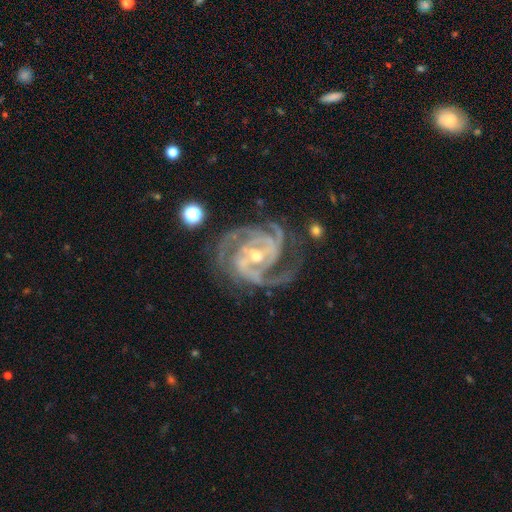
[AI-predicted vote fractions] This appears to be a featured or disk galaxy (93%) with a weak bar (42%), 3 (44%) tight (59%) spiral arms (98%) and a moderate central bulge (48%, tied with small). Merging: none (68%).